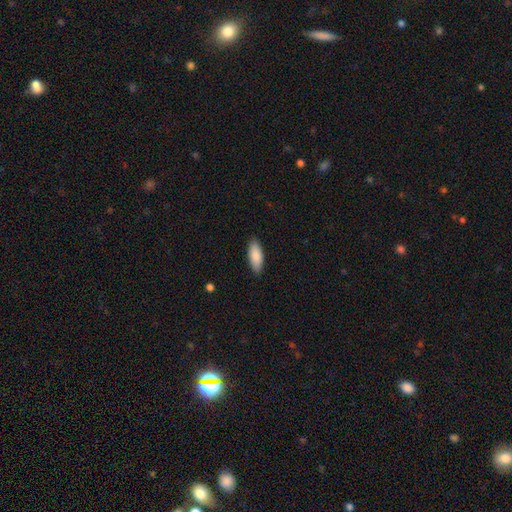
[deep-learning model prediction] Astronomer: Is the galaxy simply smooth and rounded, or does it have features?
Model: smooth — 88%.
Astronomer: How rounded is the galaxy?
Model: in between — 75%.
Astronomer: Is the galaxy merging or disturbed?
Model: none — 89%.